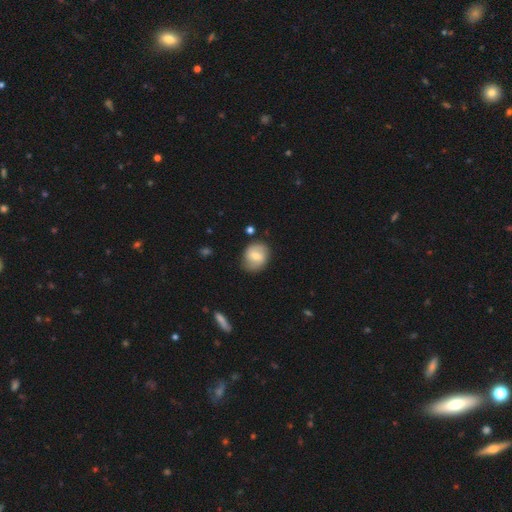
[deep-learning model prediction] A smooth galaxy with no disk features (54%) that is round (61%). Merging: none (76%).